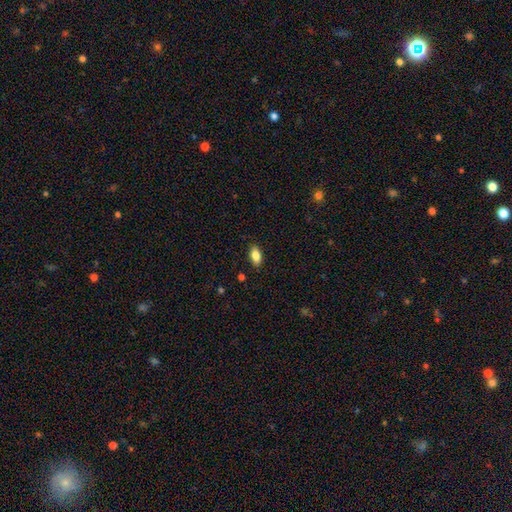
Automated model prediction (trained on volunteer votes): This appears to be a smooth galaxy with no disk features (83%) that is in between round and cigar-shaped (88%). Merging: none (88%).